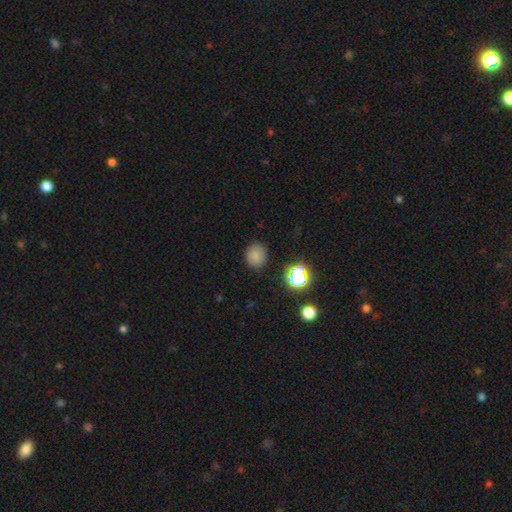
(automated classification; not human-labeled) smooth_or_featured: smooth (p=0.78) [alt: star or artifact p=0.17]
how_rounded: round (p=0.83) [alt: in between p=0.16]
merging: none (p=0.86) [alt: minor disturbance p=0.09]